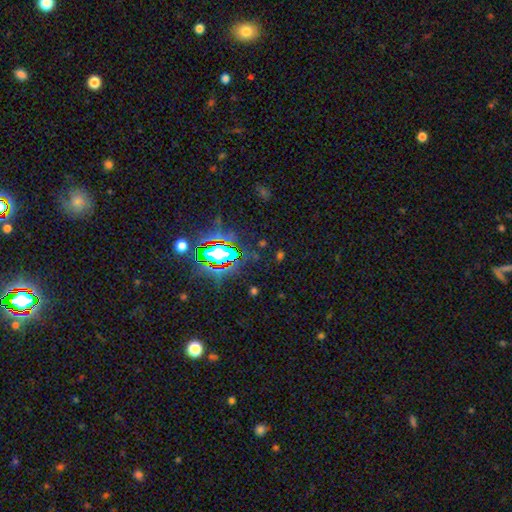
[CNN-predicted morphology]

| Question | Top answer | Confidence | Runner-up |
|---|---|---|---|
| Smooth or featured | star or artifact | 80% | smooth (12%) |